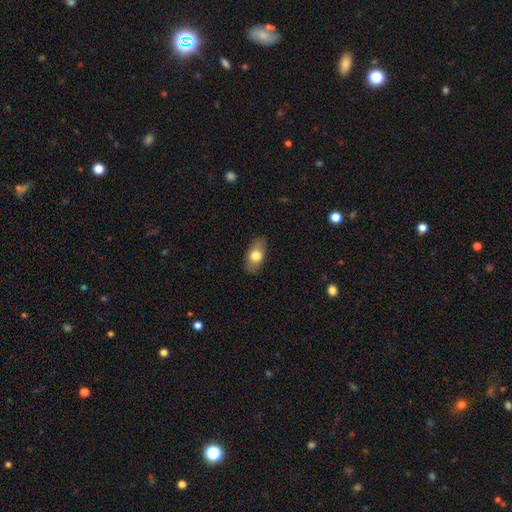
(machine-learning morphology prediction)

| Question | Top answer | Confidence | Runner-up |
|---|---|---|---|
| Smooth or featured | smooth | 71% | featured or disk (22%) |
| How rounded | in between | 89% | round (6%) |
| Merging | none | 86% | minor disturbance (10%) |